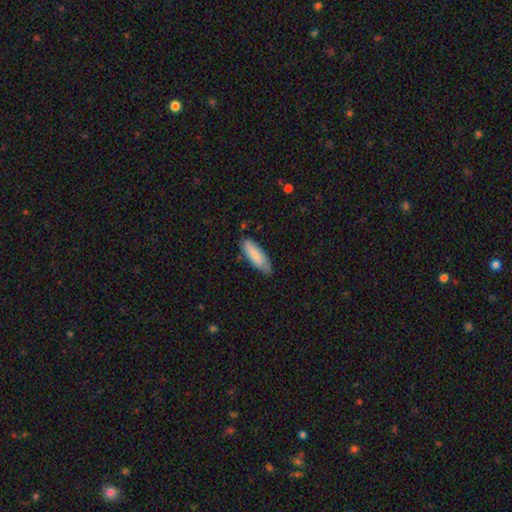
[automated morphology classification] smooth 83%, featured or disk 12%, star or artifact 5%. Down the decision tree: how rounded — in between (58%); merging — none (73%).